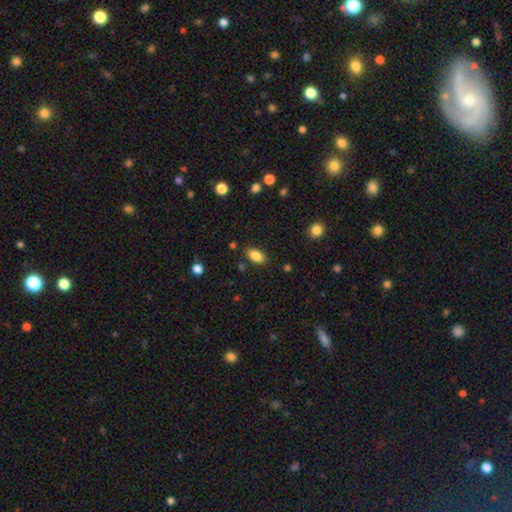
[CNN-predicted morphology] Q: Smooth or featured?
A: smooth (86%); runner-up: star or artifact (9%)
Q: How rounded?
A: in between (90%); runner-up: round (6%)
Q: Merging?
A: none (83%); runner-up: minor disturbance (12%)